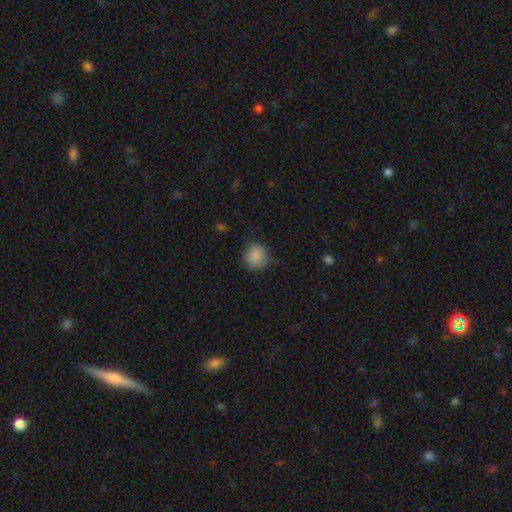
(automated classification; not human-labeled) Smooth or featured? smooth (87%)
How rounded? round (85%)
Merging? none (74%)